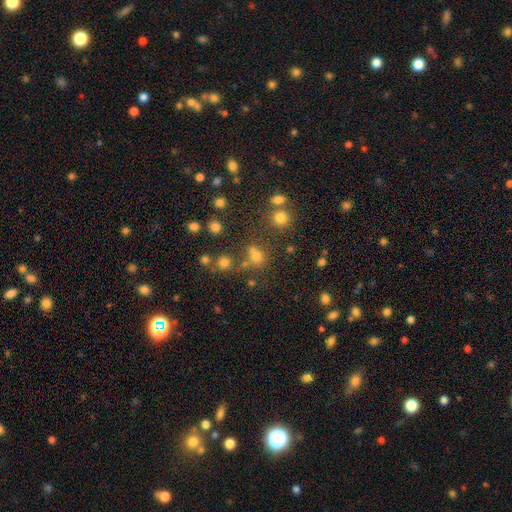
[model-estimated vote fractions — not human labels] smooth 61%, star or artifact 29%, featured or disk 10%. Down the decision tree: how rounded — round (74%); merging — none (59%).